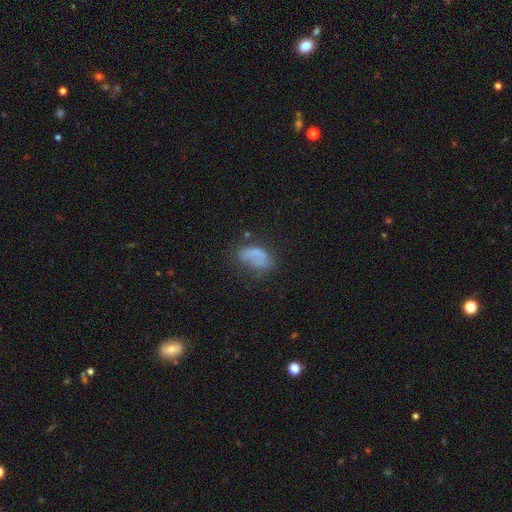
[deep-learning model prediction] Smooth or featured? Predicted: smooth (p=0.61). How rounded? Predicted: in between (p=0.89). Merging? Predicted: none (p=0.42).